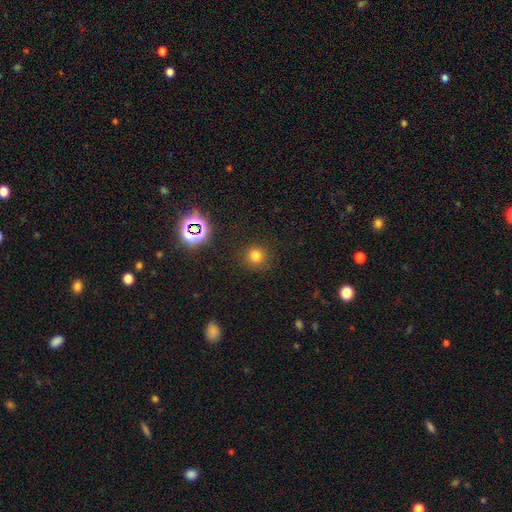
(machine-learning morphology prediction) Smooth or featured?
  - smooth: 75% *
  - star or artifact: 19%
  - featured or disk: 6%
How rounded?
  - round: 93% *
  - in between: 6%
  - cigar-shaped: 1%
Merging?
  - none: 88% *
  - minor disturbance: 8%
  - major disturbance: 3%
  - merger: 2%